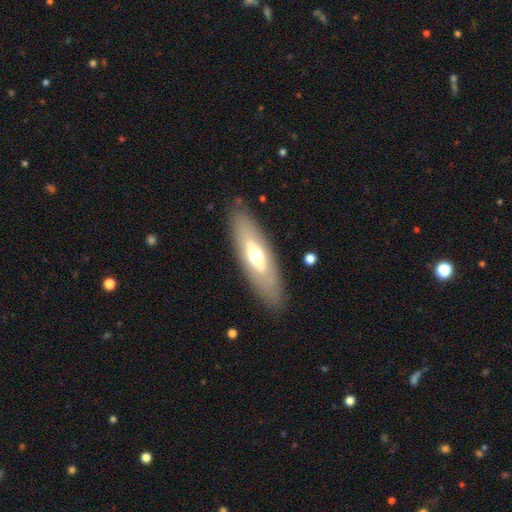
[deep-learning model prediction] The model was most divided on "smooth or featured": smooth: 48%, featured or disk: 46%, star or artifact: 6%. More confident: merging — none (85%).